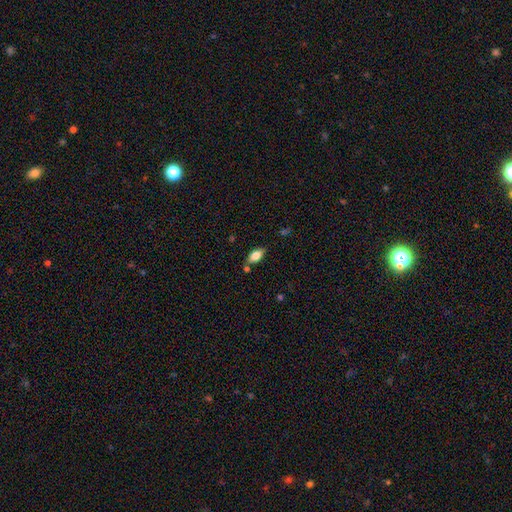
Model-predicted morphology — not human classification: Smooth or featured? smooth (74%)
How rounded? in between (88%)
Merging? none (78%)